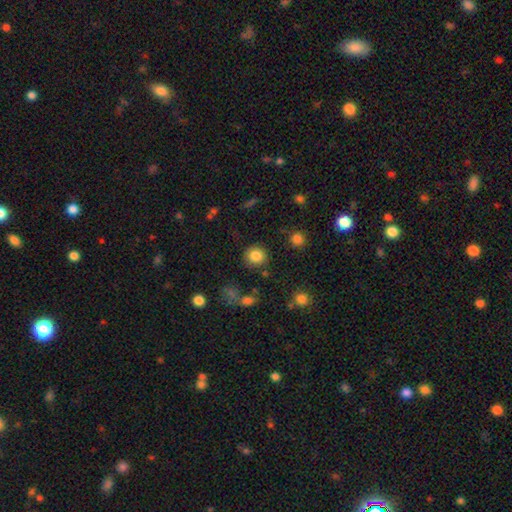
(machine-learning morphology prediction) smooth_or_featured: smooth (p=0.83) [alt: star or artifact p=0.11]
how_rounded: round (p=0.88) [alt: in between p=0.11]
merging: none (p=0.86) [alt: minor disturbance p=0.08]